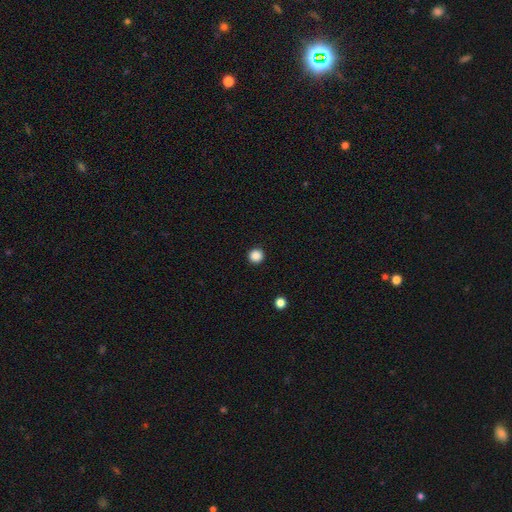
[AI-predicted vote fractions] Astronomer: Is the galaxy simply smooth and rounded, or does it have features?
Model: smooth — 87%.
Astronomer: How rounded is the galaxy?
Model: round — 96%.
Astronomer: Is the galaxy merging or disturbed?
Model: none — 93%.